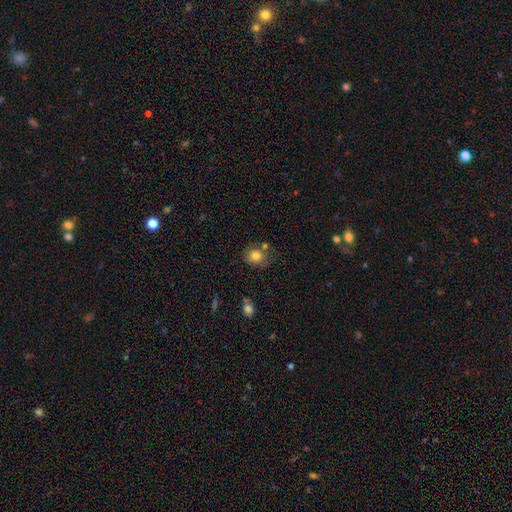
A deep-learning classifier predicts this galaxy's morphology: smooth_or_featured: smooth (p=0.79) [alt: featured or disk p=0.12]
how_rounded: round (p=0.67) [alt: in between p=0.32]
merging: none (p=0.60) [alt: minor disturbance p=0.20]